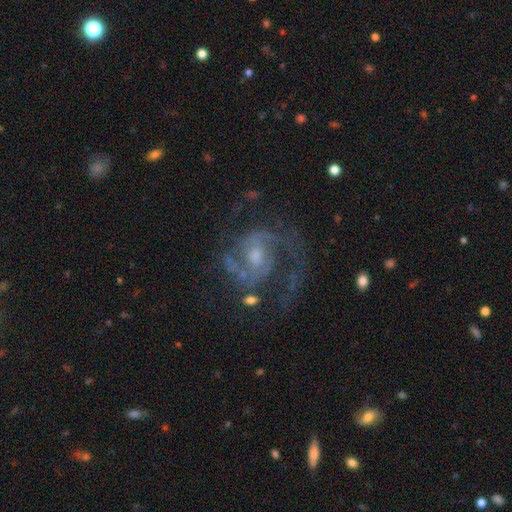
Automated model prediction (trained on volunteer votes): Overall: featured or disk (88%). Edge-on disk: no (98%). Bar: no (51%; weak 41%). Spiral arms: yes (96%). Spiral arm count: 2 (71%). Spiral winding: medium (56%; tight 26%). Bulge size: moderate (50%; small 38%). Merging: none (60%; major disturbance 20%).